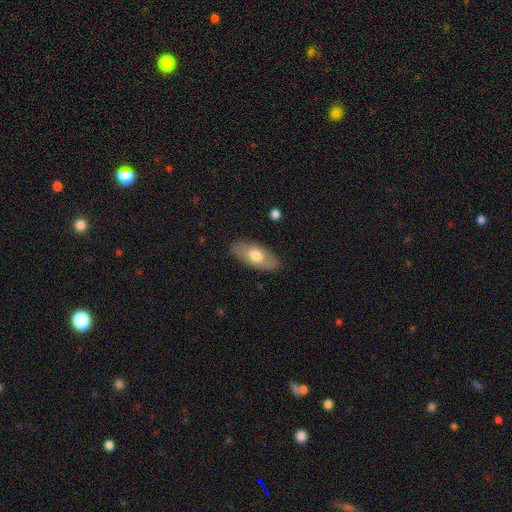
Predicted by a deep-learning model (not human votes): smooth-or-featured: smooth: 69% | featured or disk: 26% | star or artifact: 6%
  how-rounded: in between: 89% | cigar-shaped: 8% | round: 3%
  merging: none: 86% | minor disturbance: 11% | major disturbance: 3% | merger: 1%